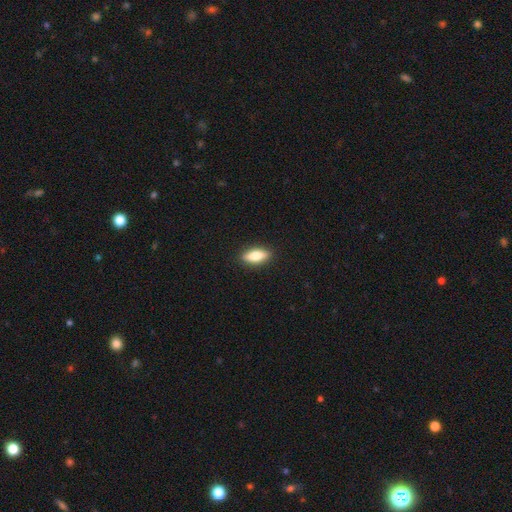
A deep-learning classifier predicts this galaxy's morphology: A smooth galaxy with no disk features (76%) that is in between round and cigar-shaped (75%). Merging: none (89%).